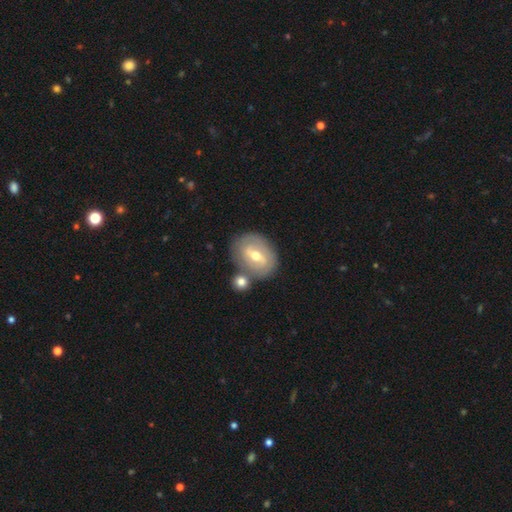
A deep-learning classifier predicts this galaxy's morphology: type=featured or disk (63%); edge-on=no (93%); bar=weak (48%); spiral arms=yes (52%); bulge=moderate (68%); merging=none (66%).